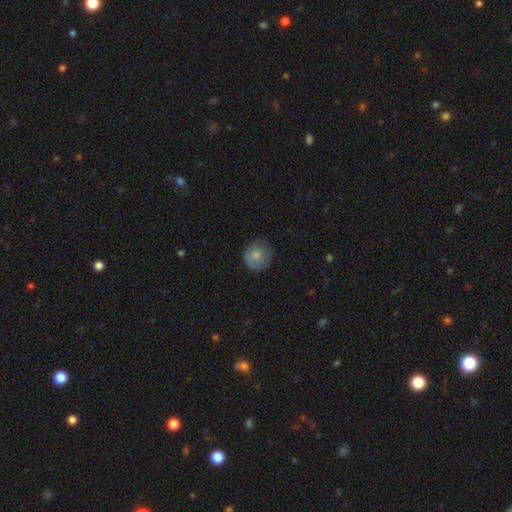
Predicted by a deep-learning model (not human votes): A smooth galaxy with no disk features (78%) that is round (90%). Merging: none (75%).